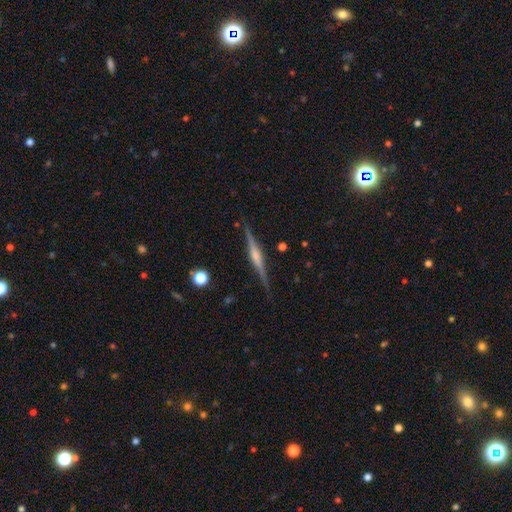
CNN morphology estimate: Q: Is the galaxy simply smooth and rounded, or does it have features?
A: featured or disk — 77%.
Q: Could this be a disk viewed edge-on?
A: yes — 98%.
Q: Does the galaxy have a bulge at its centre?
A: rounded — 66%.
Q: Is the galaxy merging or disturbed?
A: none — 87%.